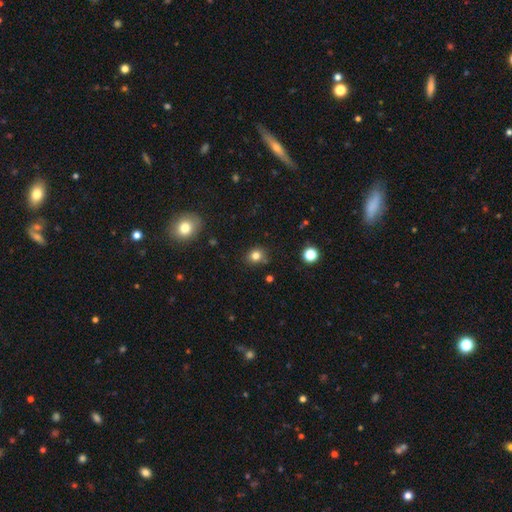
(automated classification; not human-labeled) Smooth or featured? smooth (80%)
How rounded? round (76%)
Merging? none (82%)